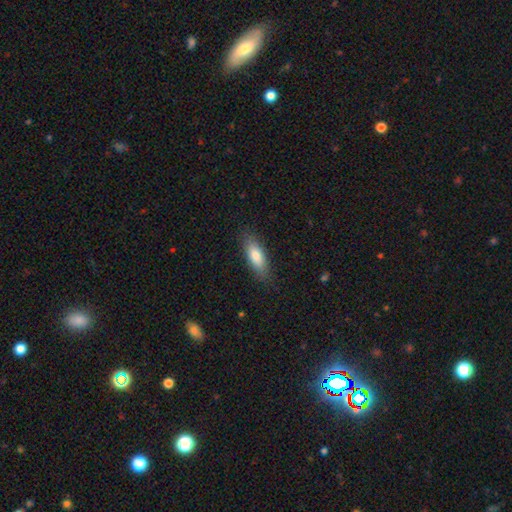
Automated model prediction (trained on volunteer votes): A smooth galaxy with no disk features (79%) that is in between round and cigar-shaped (66%). Merging: none (84%).